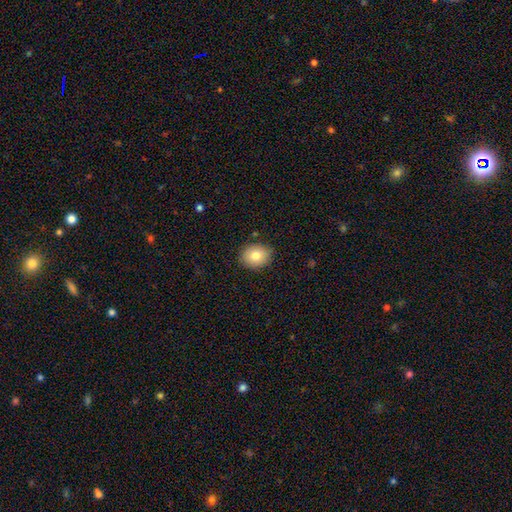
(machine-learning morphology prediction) smooth 80%, featured or disk 11%, star or artifact 9%. Down the decision tree: how rounded — round (61%); merging — none (86%).